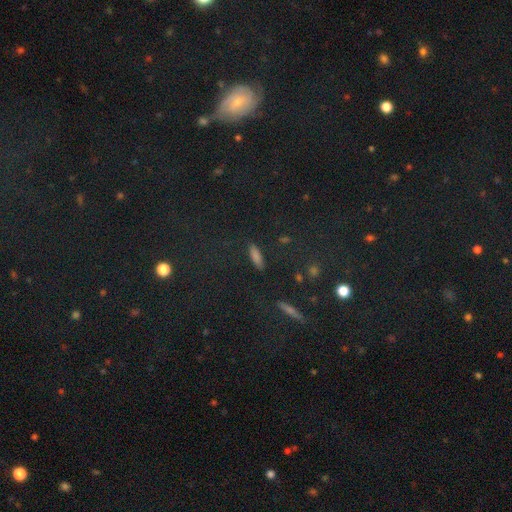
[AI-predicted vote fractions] This is possibly a star or artifact rather than a galaxy (46%).